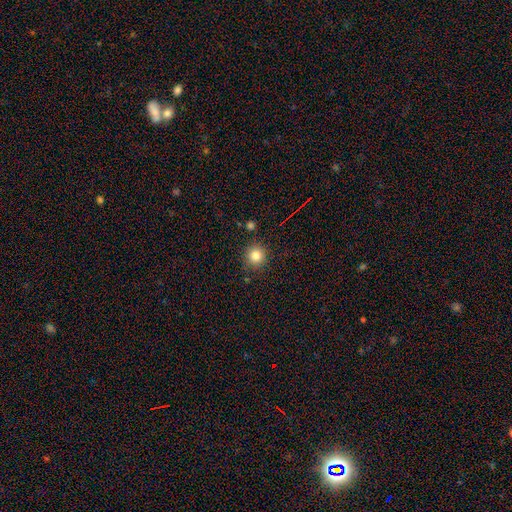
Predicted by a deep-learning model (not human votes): A smooth galaxy with no disk features (83%) that is round (91%). Merging: none (87%).